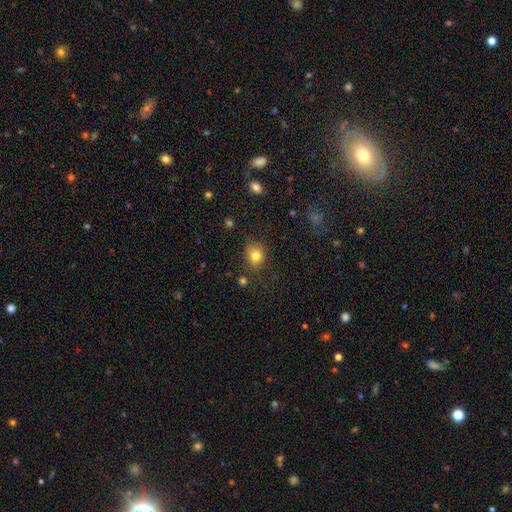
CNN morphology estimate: Smooth or featured: smooth — 79% (star or artifact — 12%)
How rounded: round — 69% (in between — 30%)
Merging: none — 75% (minor disturbance — 17%)